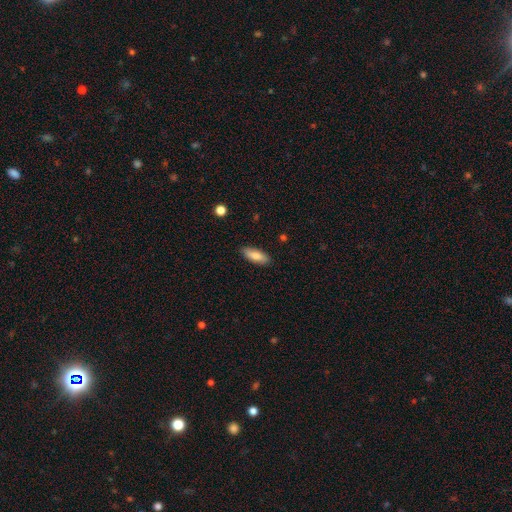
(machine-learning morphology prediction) This is clearly a smooth galaxy (81%). How rounded: likely in between (70%). Merging: clearly none (87%).